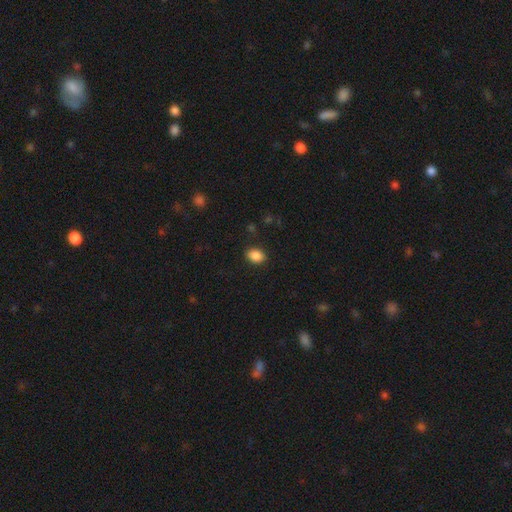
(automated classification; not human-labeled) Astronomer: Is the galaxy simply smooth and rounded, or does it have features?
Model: smooth — 88%.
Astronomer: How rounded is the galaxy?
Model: in between — 70%.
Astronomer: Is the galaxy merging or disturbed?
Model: none — 87%.